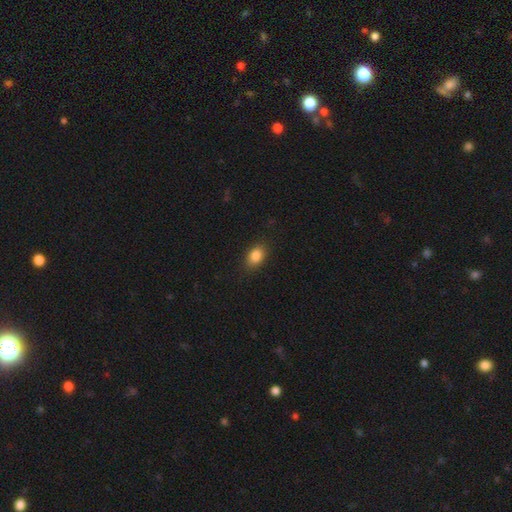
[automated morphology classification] Overall: smooth (86%). How rounded: in between (80%). Merging: none (86%).